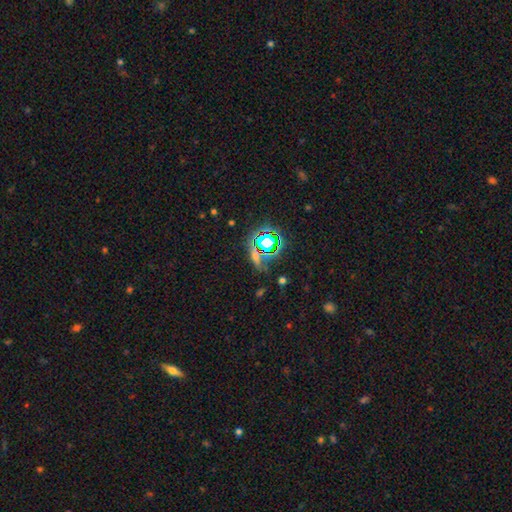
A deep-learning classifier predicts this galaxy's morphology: smooth-or-featured: star or artifact: 62% | smooth: 26% | featured or disk: 12%